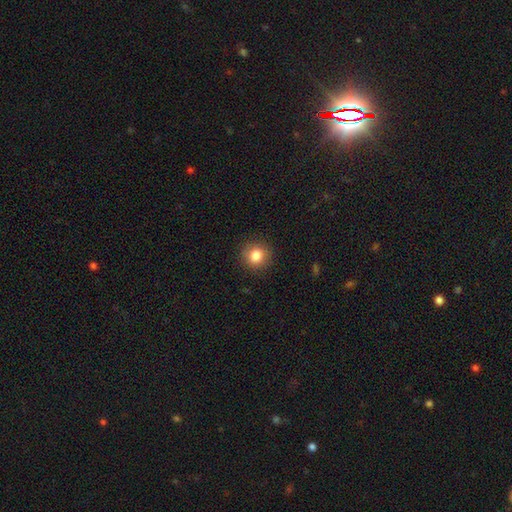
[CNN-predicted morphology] Q: Smooth or featured?
A: smooth (84%); runner-up: star or artifact (10%)
Q: How rounded?
A: round (91%); runner-up: in between (8%)
Q: Merging?
A: none (90%); runner-up: minor disturbance (7%)